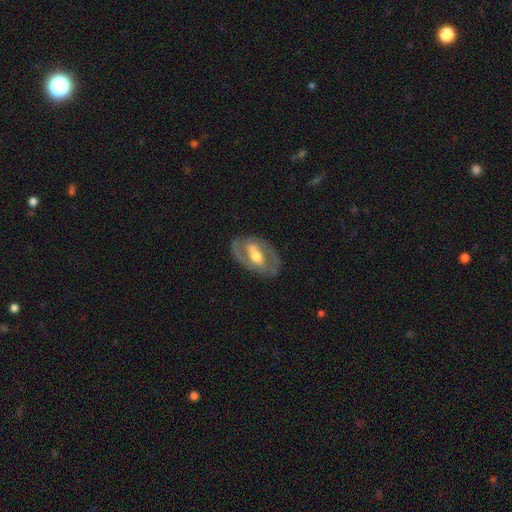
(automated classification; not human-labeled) Morphology: type=featured or disk (78%); edge-on=no (94%); bar=strong (43%); spiral arms=yes (72%); winding=medium (46%); arm count=2 (83%); bulge=moderate (65%); merging=none (80%).